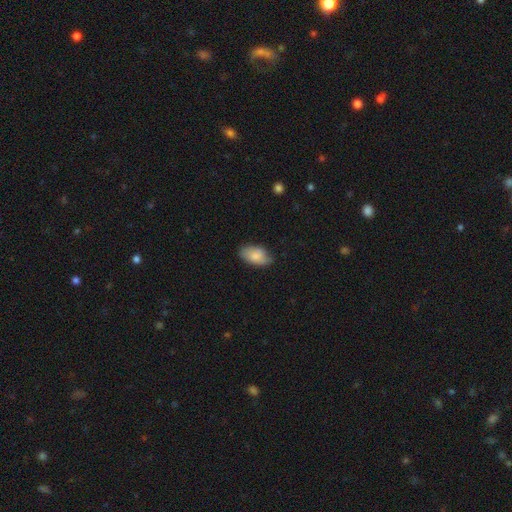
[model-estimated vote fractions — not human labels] smooth-or-featured: smooth: 81% | featured or disk: 12% | star or artifact: 6%
  how-rounded: in between: 93% | round: 4% | cigar-shaped: 2%
  merging: none: 73% | minor disturbance: 22% | major disturbance: 4% | merger: 1%